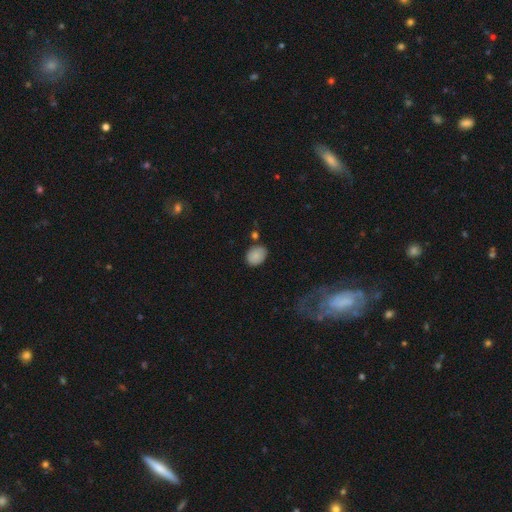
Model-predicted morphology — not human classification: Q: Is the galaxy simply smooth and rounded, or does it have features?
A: smooth — 86%.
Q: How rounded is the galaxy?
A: in between — 65%.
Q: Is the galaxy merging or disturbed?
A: none — 74%.